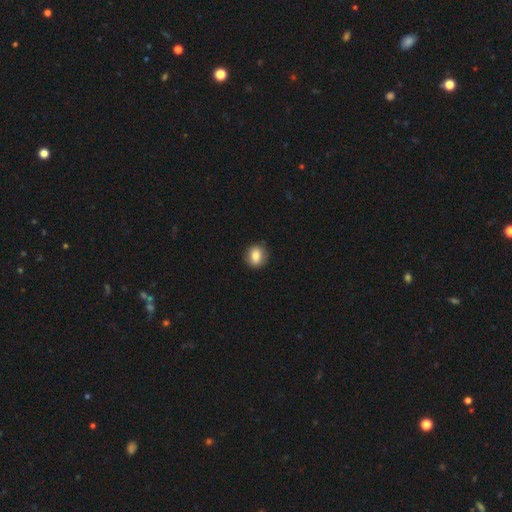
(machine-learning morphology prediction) Smooth or featured?
  - smooth: 83% *
  - star or artifact: 8%
  - featured or disk: 8%
How rounded?
  - round: 64% *
  - in between: 35%
  - cigar-shaped: 1%
Merging?
  - none: 86% *
  - minor disturbance: 10%
  - major disturbance: 2%
  - merger: 1%